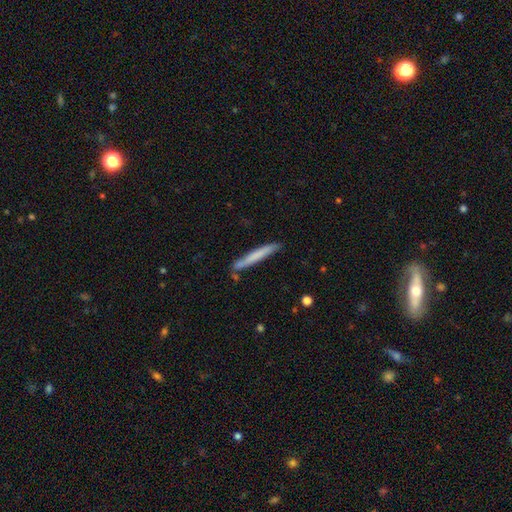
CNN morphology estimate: A smooth galaxy with no disk features (66%) that is cigar-shaped (96%).

Vote fractions:
- Smooth or featured? smooth: 66% / featured or disk: 29% / star or artifact: 6%
- How rounded? cigar-shaped: 96% / in between: 3% / round: 1%
- Merging? none: 81% / minor disturbance: 13% / merger: 4% / major disturbance: 2%